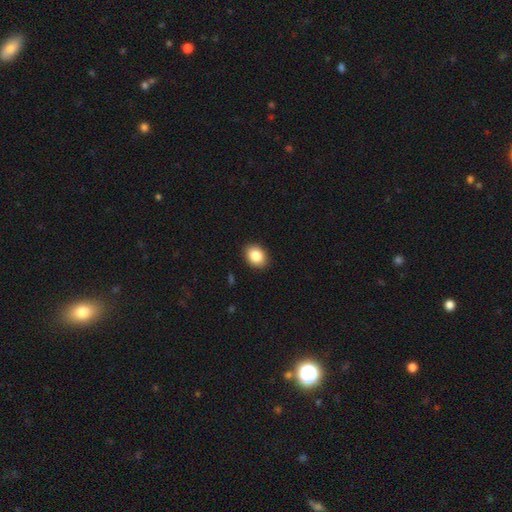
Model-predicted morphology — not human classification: Smooth or featured? smooth (86%)
How rounded? in between (67%)
Merging? none (90%)